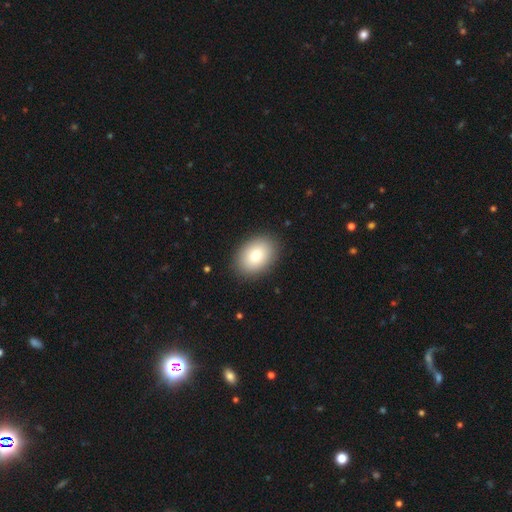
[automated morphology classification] Smooth or featured?
  - smooth: 81% *
  - featured or disk: 11%
  - star or artifact: 8%
How rounded?
  - in between: 79% *
  - round: 20%
  - cigar-shaped: 1%
Merging?
  - none: 89% *
  - minor disturbance: 8%
  - major disturbance: 2%
  - merger: 1%